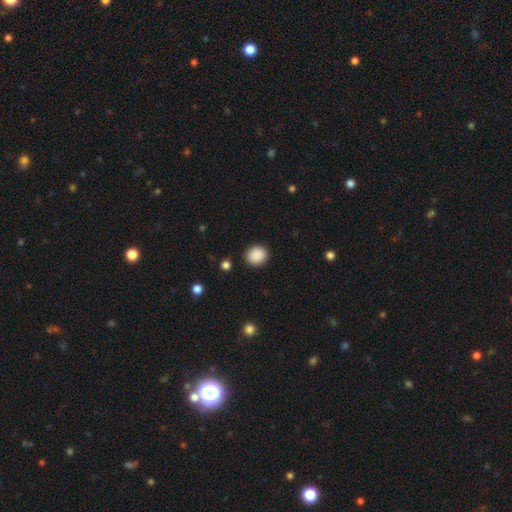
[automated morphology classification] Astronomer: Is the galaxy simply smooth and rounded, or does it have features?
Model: smooth — 89%.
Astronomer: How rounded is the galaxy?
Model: round — 81%.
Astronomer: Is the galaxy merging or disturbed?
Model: none — 89%.